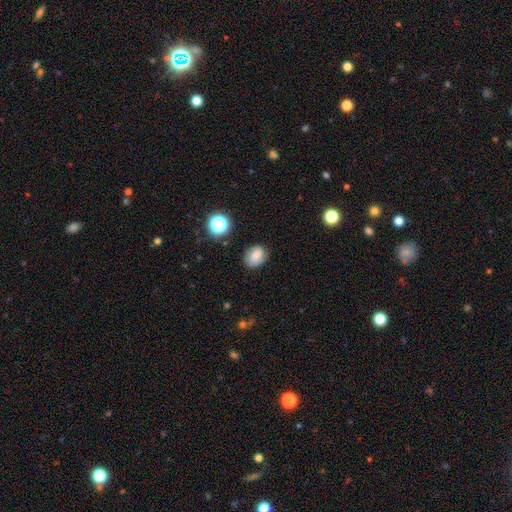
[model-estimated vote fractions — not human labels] Overall: smooth (79%). How rounded: in between (60%; round 39%). Merging: none (77%).